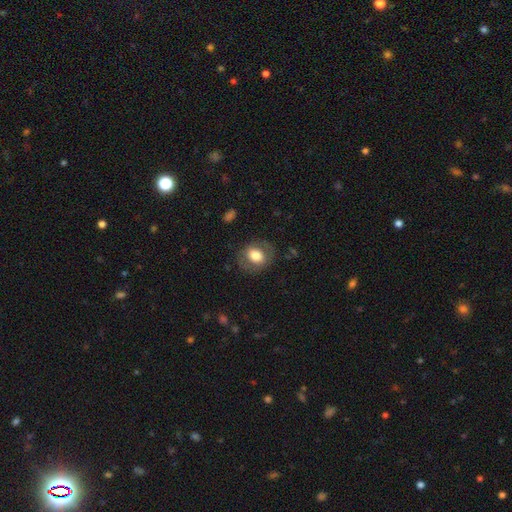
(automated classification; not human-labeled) This appears to be a smooth galaxy with no disk features (67%) that is round (50%). Merging: none (79%).